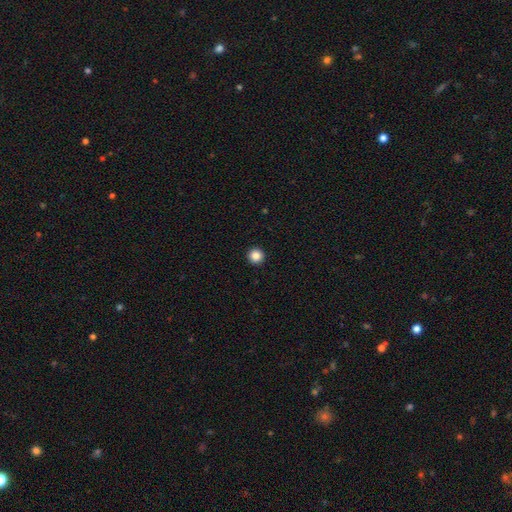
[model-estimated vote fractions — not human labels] Smooth or featured: smooth — 86% (star or artifact — 11%)
How rounded: round — 96% (in between — 3%)
Merging: none — 94% (minor disturbance — 4%)